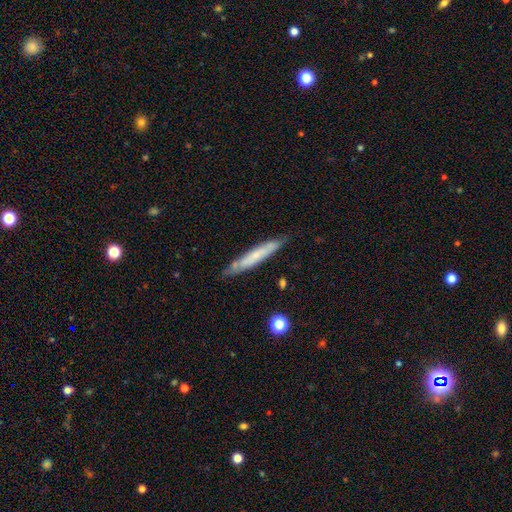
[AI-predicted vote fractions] This appears to be a smooth galaxy with no disk features (55%) that is cigar-shaped (93%). Merging: none (81%).